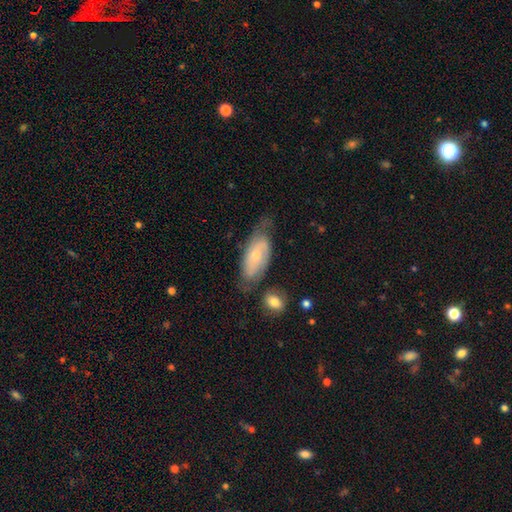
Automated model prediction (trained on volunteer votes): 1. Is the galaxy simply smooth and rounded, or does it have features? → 54% featured or disk, 39% smooth, 7% star or artifact.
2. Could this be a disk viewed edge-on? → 88% no, 12% yes.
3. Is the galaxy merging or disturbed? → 50% none, 29% minor disturbance, 14% major disturbance, 7% merger.